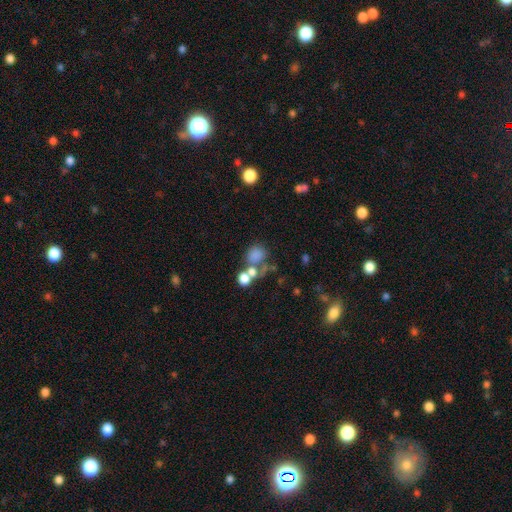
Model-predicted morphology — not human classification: type=smooth (70%); roundness=round (70%); merging=merger (44%).